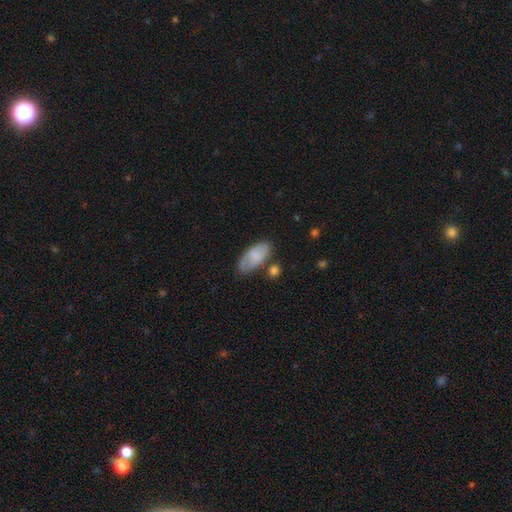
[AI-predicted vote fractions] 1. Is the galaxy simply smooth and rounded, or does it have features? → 76% smooth, 17% featured or disk, 7% star or artifact.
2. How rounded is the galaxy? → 92% in between, 5% cigar-shaped, 3% round.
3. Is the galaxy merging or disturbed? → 63% none, 23% minor disturbance, 7% merger, 7% major disturbance.